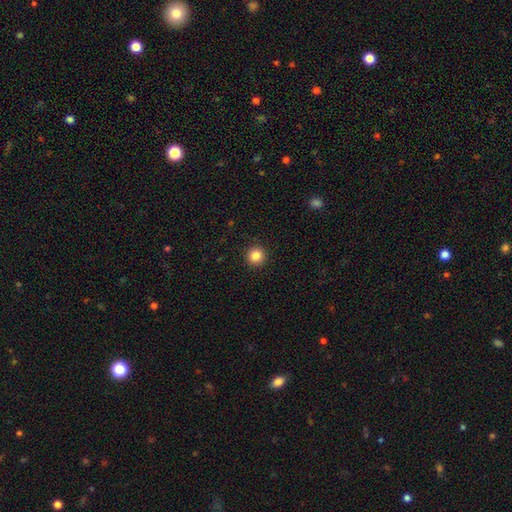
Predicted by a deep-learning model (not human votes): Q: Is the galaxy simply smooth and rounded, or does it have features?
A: smooth — 85%.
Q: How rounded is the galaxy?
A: round — 96%.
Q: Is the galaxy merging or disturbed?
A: none — 93%.